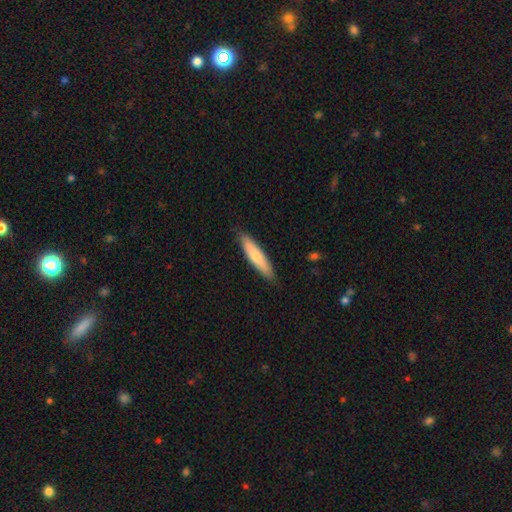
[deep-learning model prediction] This appears to be a smooth galaxy with no disk features (67%) that is cigar-shaped (80%). Merging: none (86%).